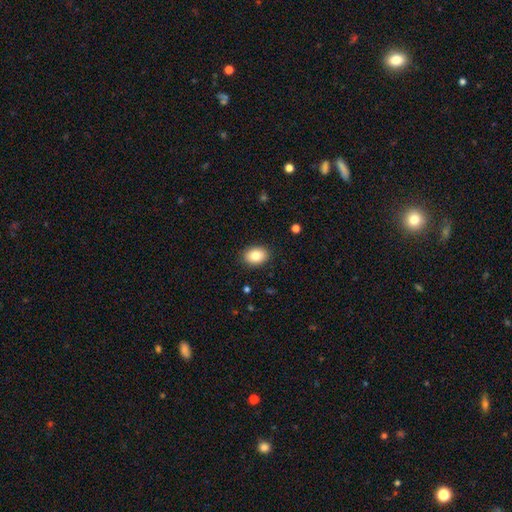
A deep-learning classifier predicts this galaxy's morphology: Smooth or featured? smooth (83%)
How rounded? in between (71%)
Merging? none (89%)